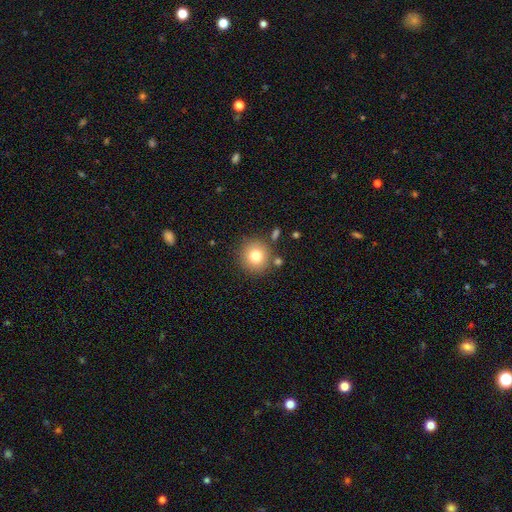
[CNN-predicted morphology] This is likely a smooth galaxy (78%). How rounded: clearly round (93%). Merging: clearly none (81%).